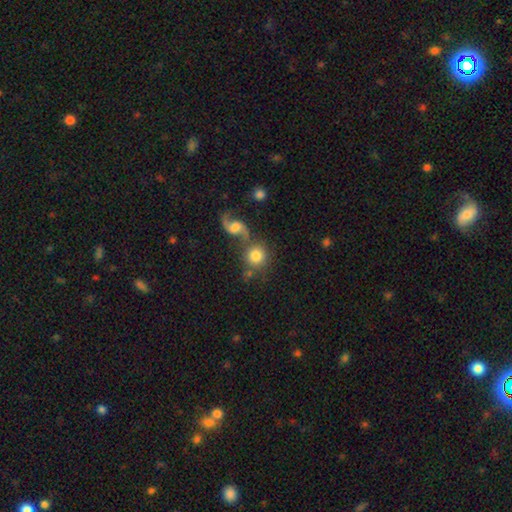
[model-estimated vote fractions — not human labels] This appears to be a smooth galaxy with no disk features (73%) that is round (90%). Merging: none (58%).